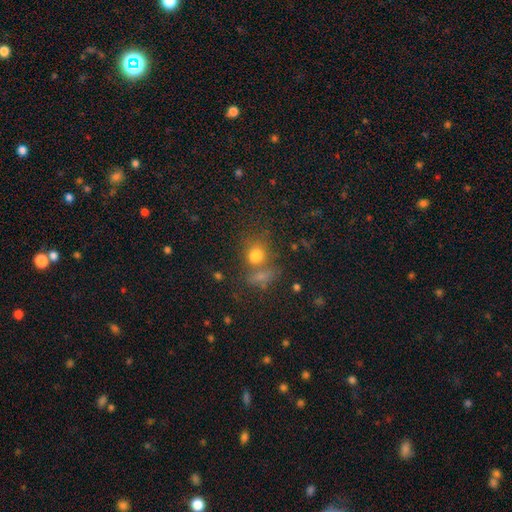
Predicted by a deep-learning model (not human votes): This is likely a smooth galaxy (75%). How rounded: likely round (66%). Merging: possibly none (53%).